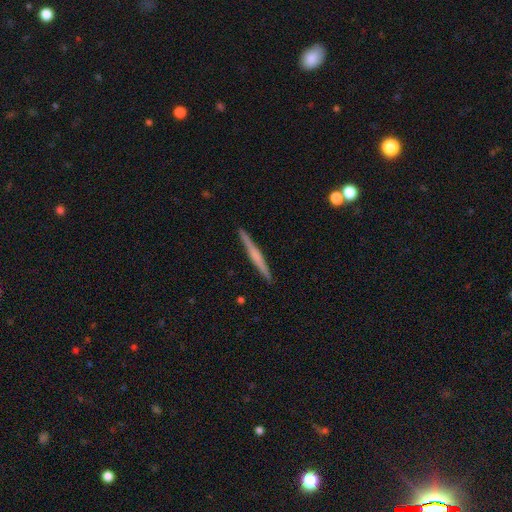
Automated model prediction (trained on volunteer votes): This is possibly a featured or disk galaxy (60%). It is clearly viewed edge-on (98%). Edge-on bulge: possibly none (45%). Merging: clearly none (92%).